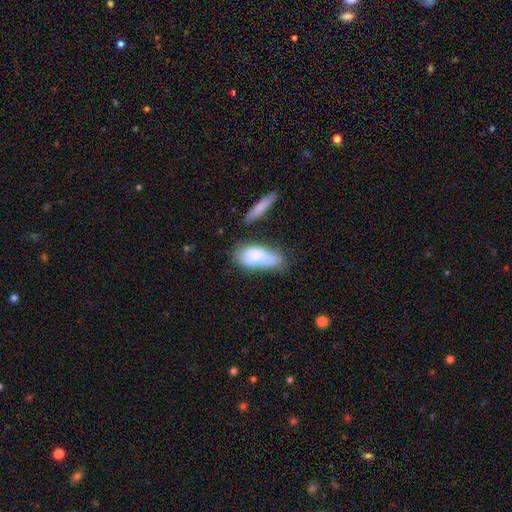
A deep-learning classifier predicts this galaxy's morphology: smooth_or_featured: smooth (p=0.70) [alt: featured or disk p=0.23]
how_rounded: in between (p=0.77) [alt: cigar-shaped p=0.20]
merging: none (p=0.37) [alt: minor disturbance p=0.28]